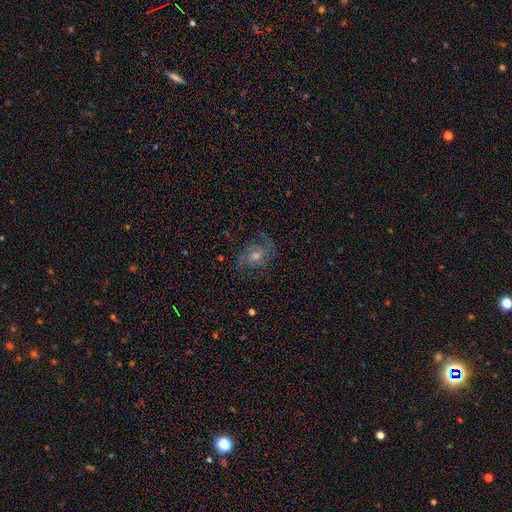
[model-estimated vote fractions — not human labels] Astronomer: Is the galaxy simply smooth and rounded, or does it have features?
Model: featured or disk — 66%.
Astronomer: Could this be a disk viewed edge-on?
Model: no — 96%.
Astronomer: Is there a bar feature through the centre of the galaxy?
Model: no — 64%.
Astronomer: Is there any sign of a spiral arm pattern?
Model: yes — 89%.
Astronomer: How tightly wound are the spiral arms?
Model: medium — 48% (runner-up: tight, 26%).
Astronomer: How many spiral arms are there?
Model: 2 — 61%.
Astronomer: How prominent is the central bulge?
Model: moderate — 59%.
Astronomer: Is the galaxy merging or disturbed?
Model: none — 70%.